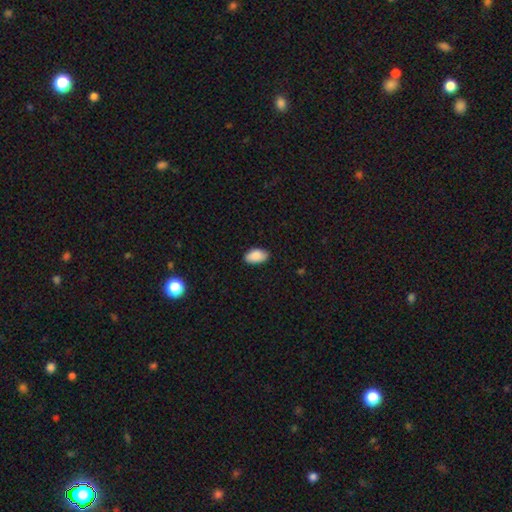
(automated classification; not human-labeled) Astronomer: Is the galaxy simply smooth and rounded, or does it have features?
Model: smooth — 88%.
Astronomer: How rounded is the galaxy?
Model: in between — 94%.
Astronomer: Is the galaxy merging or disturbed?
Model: none — 85%.